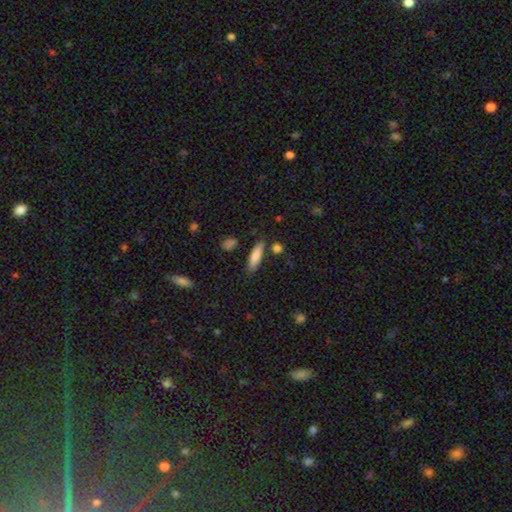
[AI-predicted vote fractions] The model was most divided on "how rounded": cigar-shaped: 66%, in between: 32%, round: 2%. More confident: merging — none (81%); smooth or featured — smooth (80%).